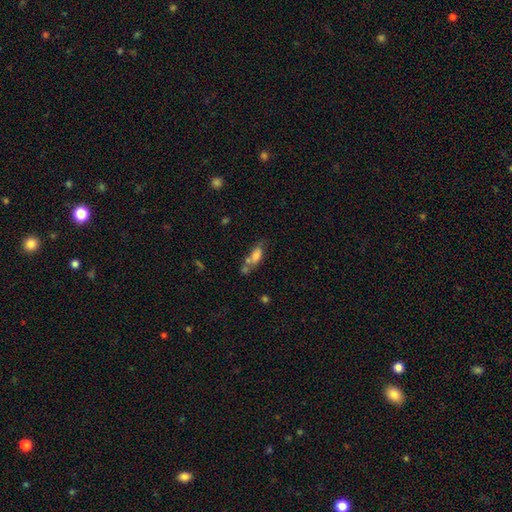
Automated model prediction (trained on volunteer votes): Q: Smooth or featured?
A: smooth (66%); runner-up: featured or disk (24%)
Q: How rounded?
A: in between (74%); runner-up: cigar-shaped (22%)
Q: Merging?
A: merger (36%); runner-up: none (35%)